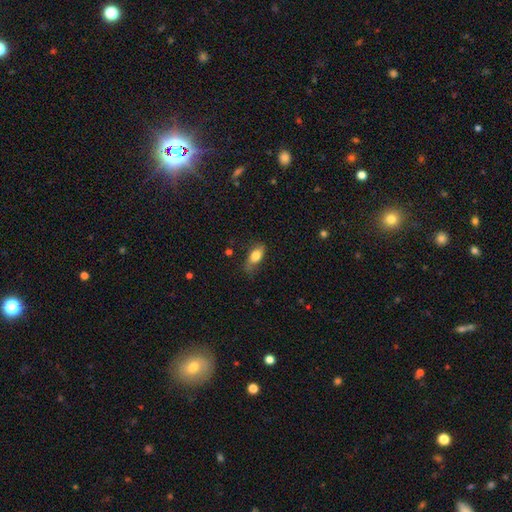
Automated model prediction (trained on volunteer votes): Smooth or featured: smooth — 79% (featured or disk — 14%)
How rounded: in between — 84% (cigar-shaped — 10%)
Merging: none — 60% (minor disturbance — 28%)